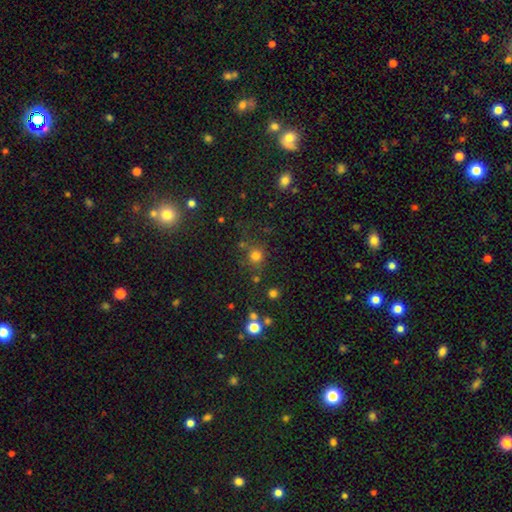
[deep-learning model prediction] Smooth or featured: smooth — 74% (star or artifact — 19%)
How rounded: round — 90% (in between — 9%)
Merging: none — 73% (minor disturbance — 11%)